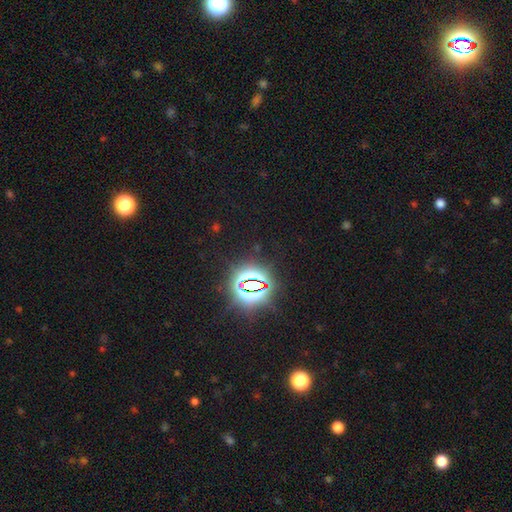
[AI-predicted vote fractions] The model was most divided on "smooth or featured": star or artifact: 84%, smooth: 10%, featured or disk: 6%.